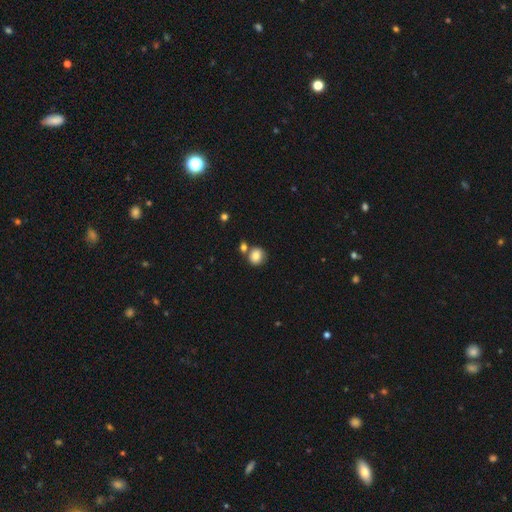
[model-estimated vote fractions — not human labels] This is clearly a smooth galaxy (80%). How rounded: clearly round (84%). Merging: likely none (62%).